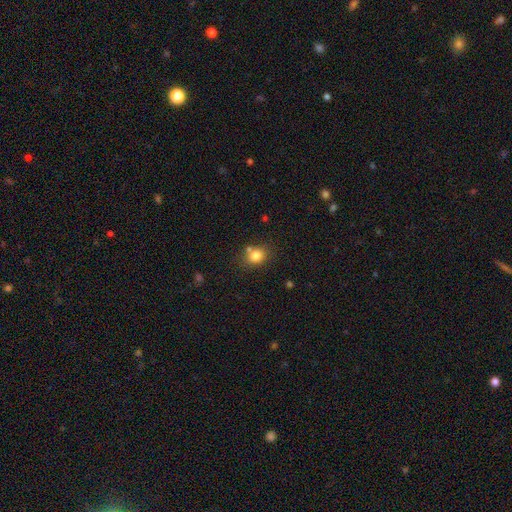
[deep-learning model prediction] A smooth galaxy with no disk features (81%) that is round (60%).

Vote fractions:
- Smooth or featured? smooth: 81% / star or artifact: 11% / featured or disk: 8%
- How rounded? round: 60% / in between: 39% / cigar-shaped: 1%
- Merging? none: 68% / merger: 14% / minor disturbance: 14% / major disturbance: 4%